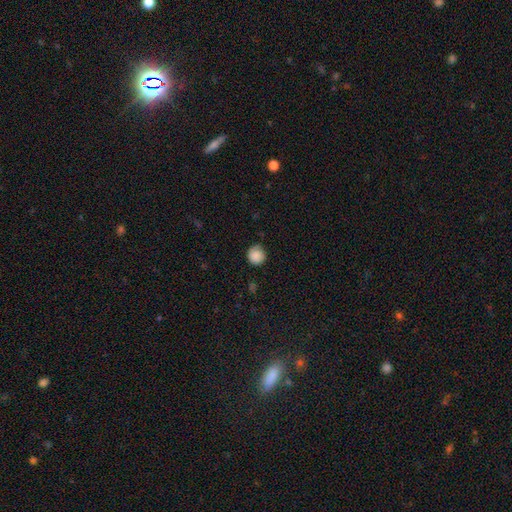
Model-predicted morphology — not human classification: type=smooth (87%); roundness=round (92%); merging=none (74%).